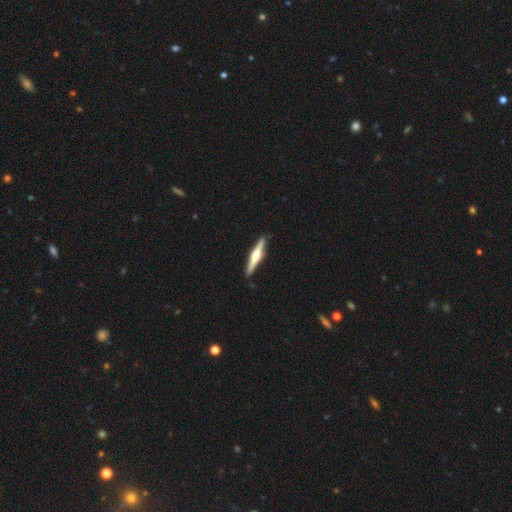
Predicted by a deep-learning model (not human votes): Overall: featured or disk (69%). Edge-on disk: yes (98%). Edge-on bulge: rounded (86%). Merging: none (91%).